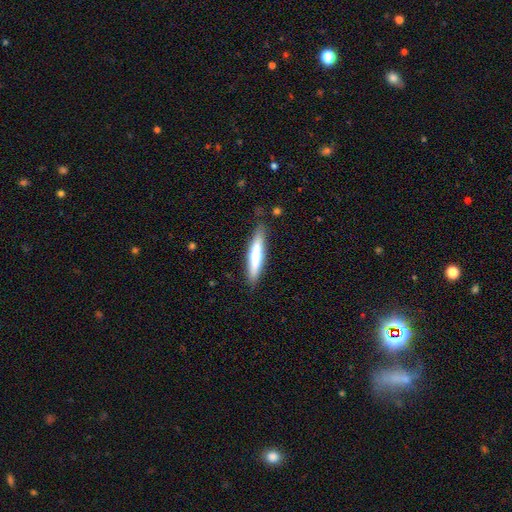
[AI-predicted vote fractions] The model was most divided on "smooth or featured": smooth: 63%, featured or disk: 31%, star or artifact: 5%. More confident: how rounded — cigar-shaped (86%); merging — none (82%).